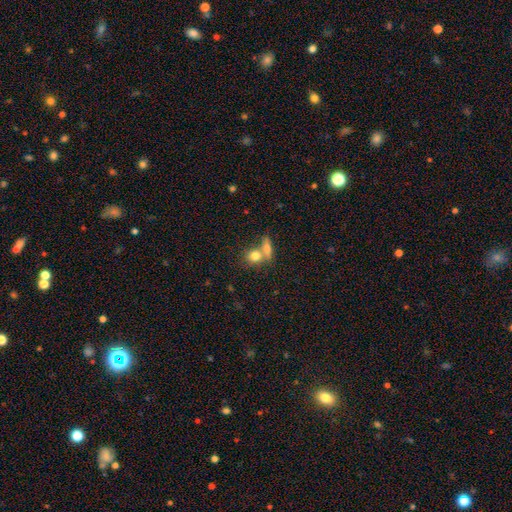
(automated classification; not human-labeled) Smooth or featured: smooth — 78% (featured or disk — 14%)
How rounded: round — 53% (in between — 41%)
Merging: merger — 51% (none — 37%)